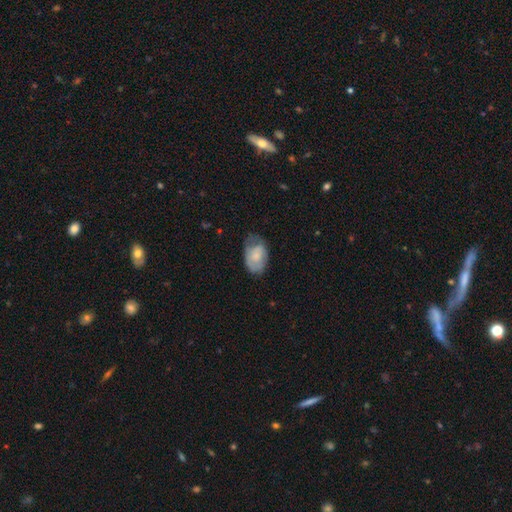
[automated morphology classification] This appears to be a smooth galaxy with no disk features (63%) that is in between round and cigar-shaped (88%). Merging: none (47%).